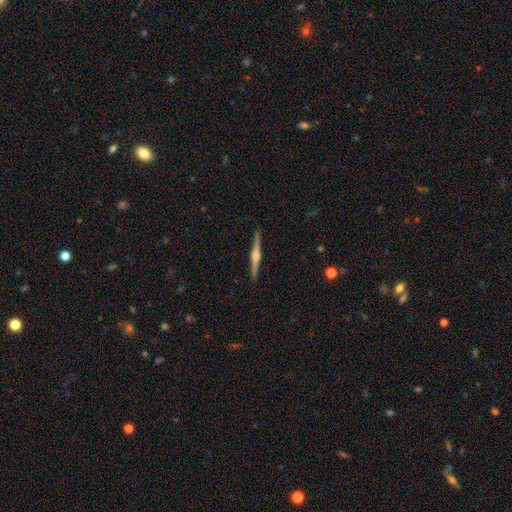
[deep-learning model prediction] Smooth or featured?
  - featured or disk: 79% *
  - smooth: 16%
  - star or artifact: 5%
Edge-on disk?
  - yes: 99% *
  - no: 1%
Edge-on bulge?
  - rounded: 86% *
  - boxy: 10%
  - none: 5%
Merging?
  - none: 92% *
  - minor disturbance: 6%
  - major disturbance: 1%
  - merger: 1%